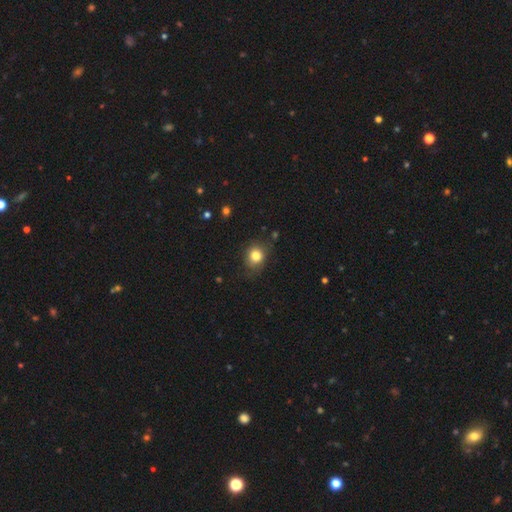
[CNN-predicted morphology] Overall: smooth (81%). How rounded: round (66%; in between 33%). Merging: none (77%).